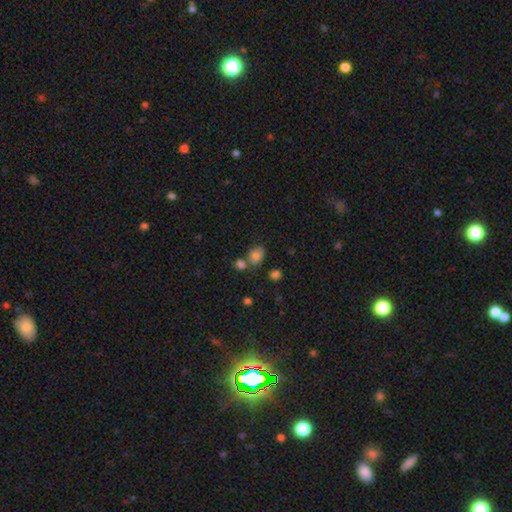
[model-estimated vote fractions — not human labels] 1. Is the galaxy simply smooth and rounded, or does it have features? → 80% smooth, 12% star or artifact, 8% featured or disk.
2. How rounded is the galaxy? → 64% in between, 35% round, 1% cigar-shaped.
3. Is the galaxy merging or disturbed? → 55% none, 23% merger, 16% minor disturbance, 6% major disturbance.